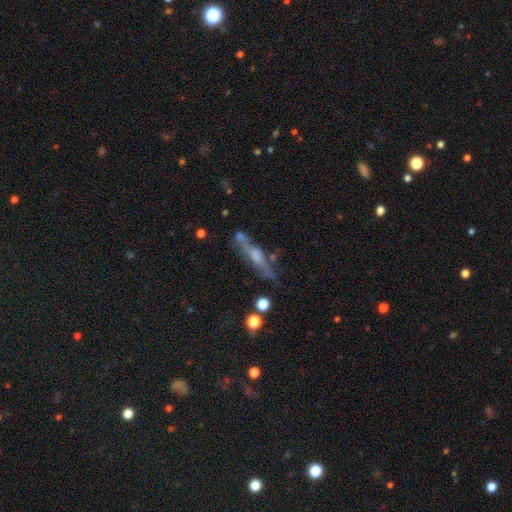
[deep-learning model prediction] smooth_or_featured: featured or disk (p=0.57) [alt: smooth p=0.32]
disk_edge_on: yes (p=0.76) [alt: no p=0.24]
merging: none (p=0.60) [alt: minor disturbance p=0.20]